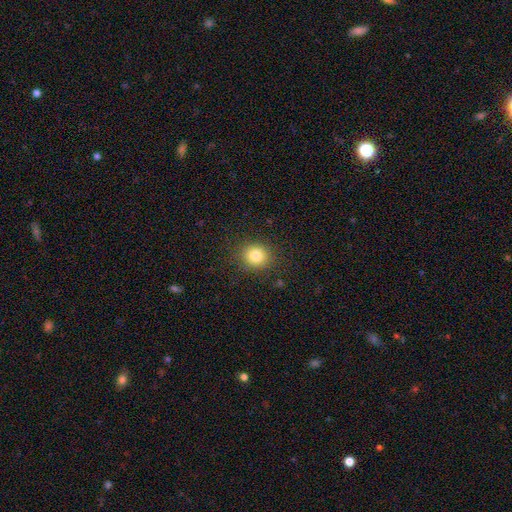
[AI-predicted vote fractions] Smooth or featured? Predicted: smooth (p=0.82). How rounded? Predicted: round (p=0.84). Merging? Predicted: none (p=0.88).